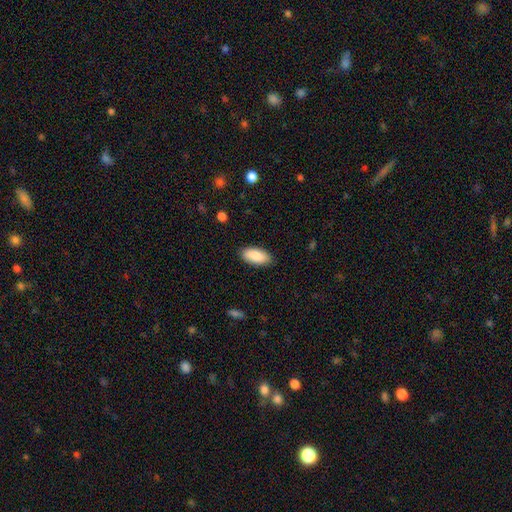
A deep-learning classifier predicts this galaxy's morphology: Smooth or featured: smooth — 87% (featured or disk — 7%)
How rounded: in between — 91% (cigar-shaped — 7%)
Merging: none — 87% (minor disturbance — 10%)